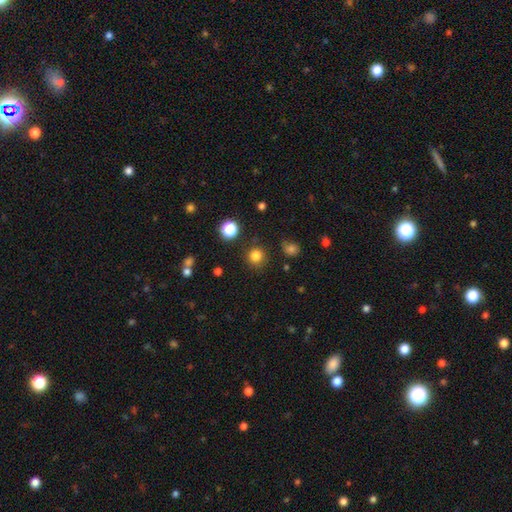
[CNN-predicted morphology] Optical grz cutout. It shows a smooth galaxy with no disk features (81%) that is round (93%). Merging: none (86%).